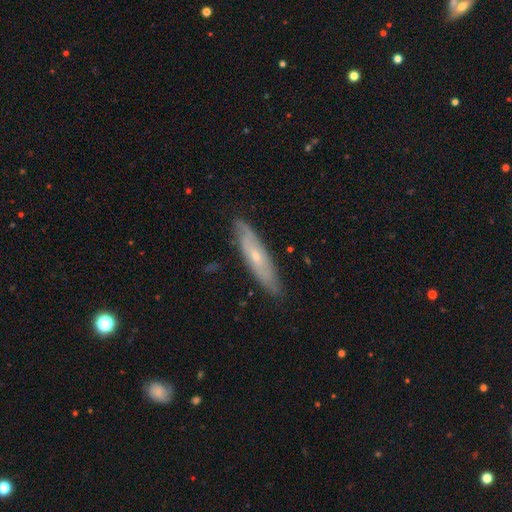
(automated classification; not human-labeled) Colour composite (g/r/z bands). It shows a featured or disk galaxy (62%). Merging: none (82%).